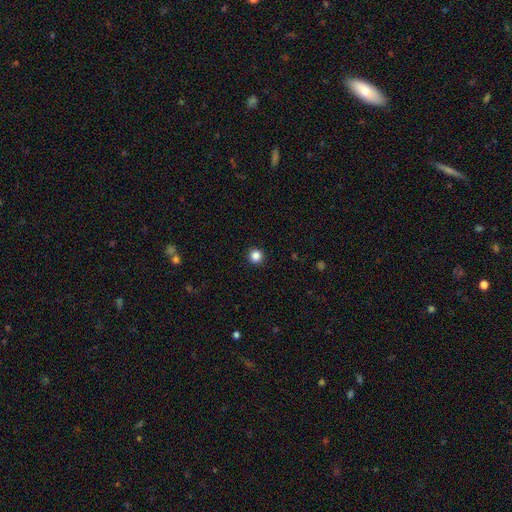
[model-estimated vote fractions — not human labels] Smooth or featured? Predicted: smooth (p=0.85). How rounded? Predicted: round (p=0.95). Merging? Predicted: none (p=0.93).